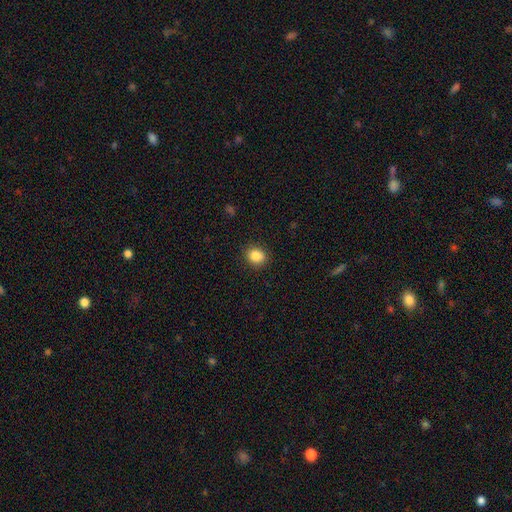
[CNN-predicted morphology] smooth_or_featured: smooth (p=0.86) [alt: star or artifact p=0.10]
how_rounded: round (p=0.73) [alt: in between p=0.26]
merging: none (p=0.89) [alt: minor disturbance p=0.08]